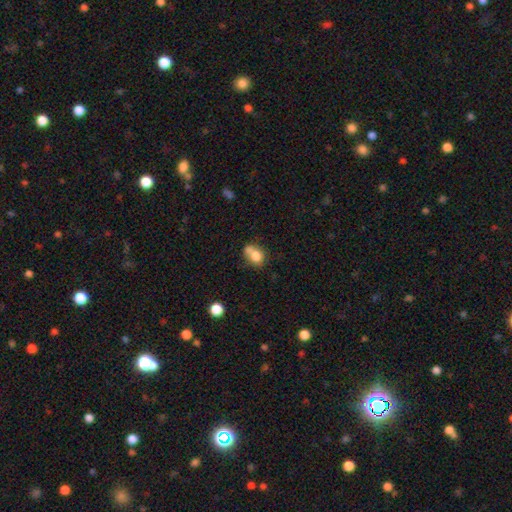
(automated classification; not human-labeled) This is likely a smooth galaxy (75%). How rounded: possibly round (58%). Merging: marginally merger (45%).